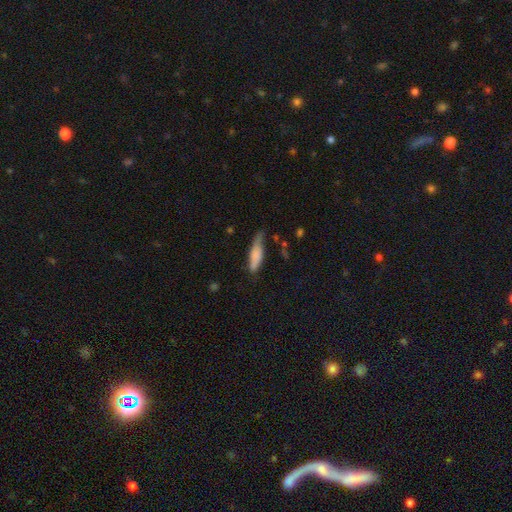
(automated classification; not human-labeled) smooth 74%, featured or disk 20%, star or artifact 7%. Down the decision tree: how rounded — cigar-shaped (59%); merging — none (46%).